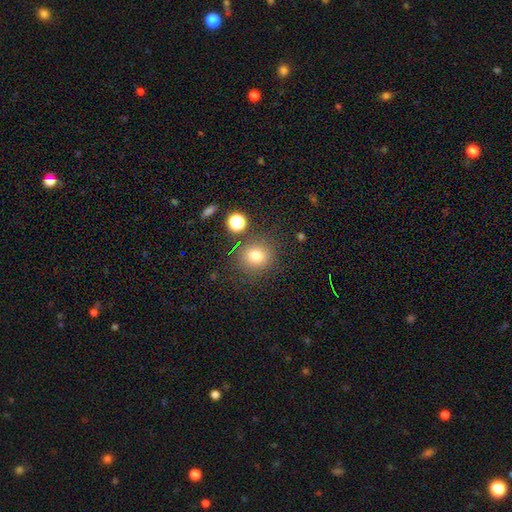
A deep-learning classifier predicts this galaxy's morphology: A smooth galaxy with no disk features (78%) that is round (82%). Merging: none (82%).